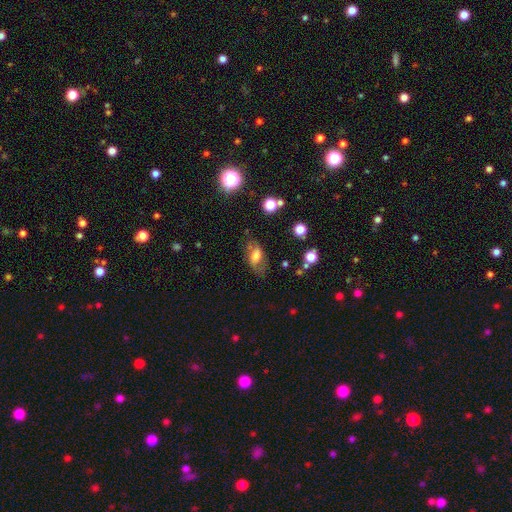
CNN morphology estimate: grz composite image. It shows a smooth galaxy with no disk features (45%). Merging: none (63%).